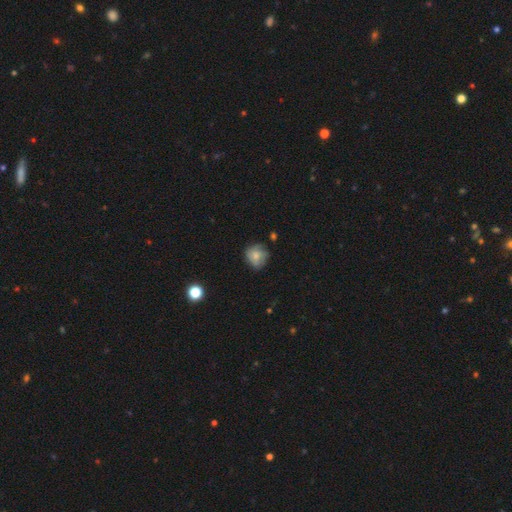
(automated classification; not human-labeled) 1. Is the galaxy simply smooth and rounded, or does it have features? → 58% smooth, 32% featured or disk, 10% star or artifact.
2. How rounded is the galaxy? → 79% round, 20% in between, 1% cigar-shaped.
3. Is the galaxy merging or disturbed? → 64% none, 25% minor disturbance, 9% major disturbance, 2% merger.